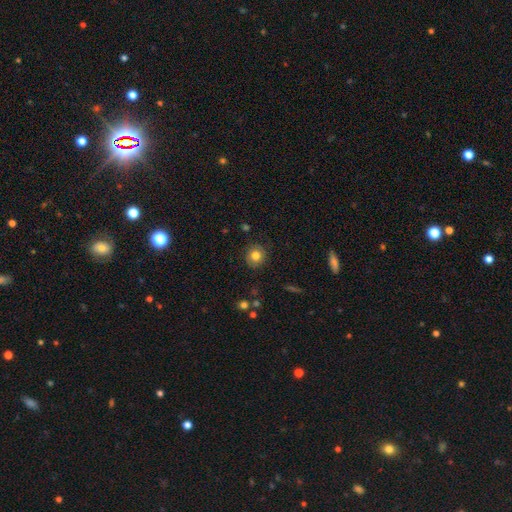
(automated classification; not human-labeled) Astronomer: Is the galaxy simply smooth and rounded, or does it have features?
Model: smooth — 79%.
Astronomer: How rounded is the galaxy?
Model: round — 89%.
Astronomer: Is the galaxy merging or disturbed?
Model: none — 87%.